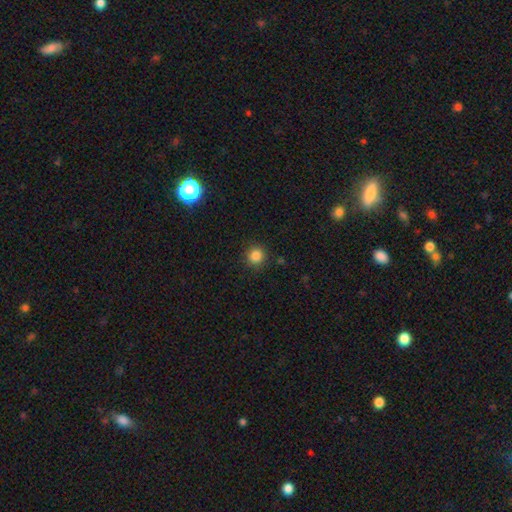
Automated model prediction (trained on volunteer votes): This is clearly a smooth galaxy (85%). How rounded: clearly round (93%). Merging: clearly none (90%).